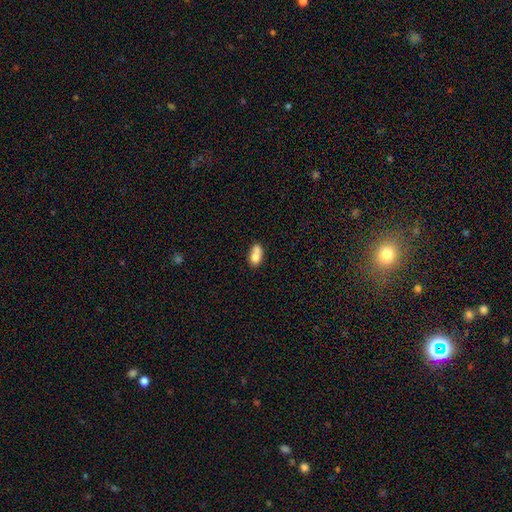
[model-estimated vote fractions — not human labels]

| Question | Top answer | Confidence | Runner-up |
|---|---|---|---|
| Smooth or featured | smooth | 73% | featured or disk (18%) |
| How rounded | in between | 75% | round (21%) |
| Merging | merger | 53% | none (27%) |